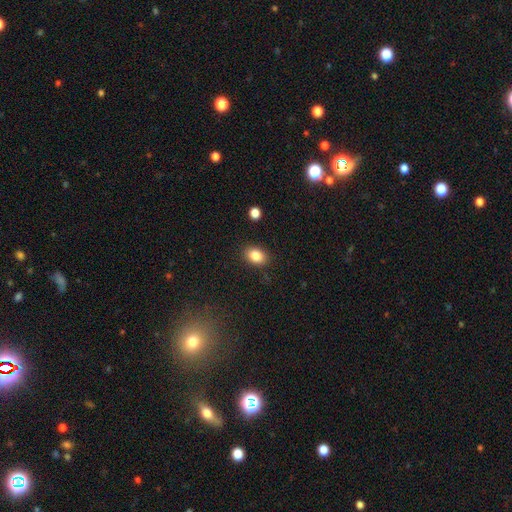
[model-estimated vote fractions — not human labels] smooth 85%, star or artifact 9%, featured or disk 6%. Down the decision tree: how rounded — in between (75%); merging — none (87%).